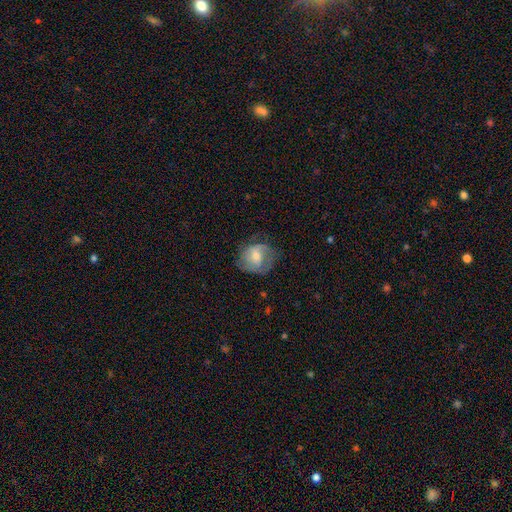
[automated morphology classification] Smooth or featured: smooth — 53% (featured or disk — 39%)
How rounded: round — 63% (in between — 36%)
Merging: none — 49% (minor disturbance — 29%)